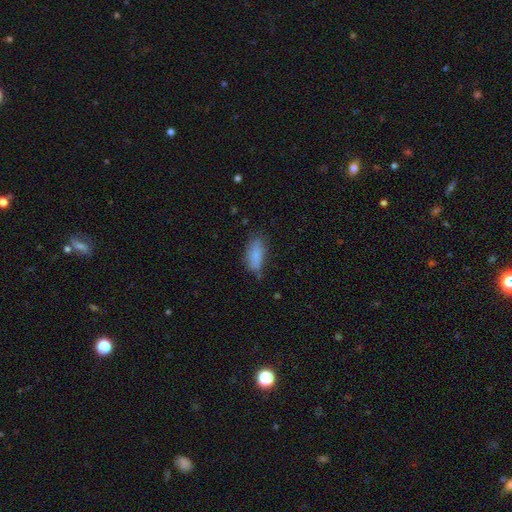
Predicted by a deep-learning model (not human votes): smooth_or_featured: smooth (p=0.84) [alt: star or artifact p=0.08]
how_rounded: in between (p=0.83) [alt: cigar-shaped p=0.15]
merging: none (p=0.65) [alt: minor disturbance p=0.26]